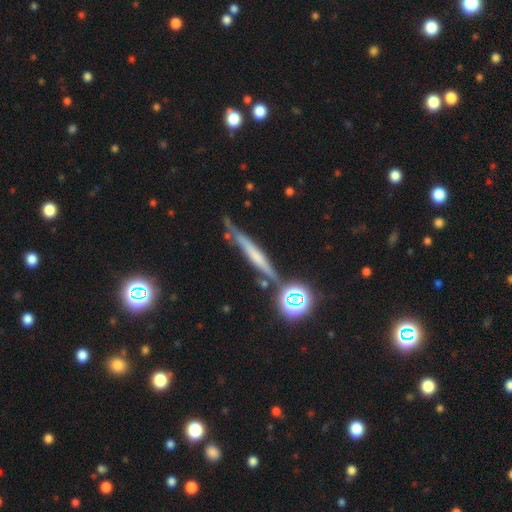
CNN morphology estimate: Q: Smooth or featured?
A: featured or disk (45%); runner-up: smooth (37%)
Q: Merging?
A: none (75%); runner-up: minor disturbance (15%)